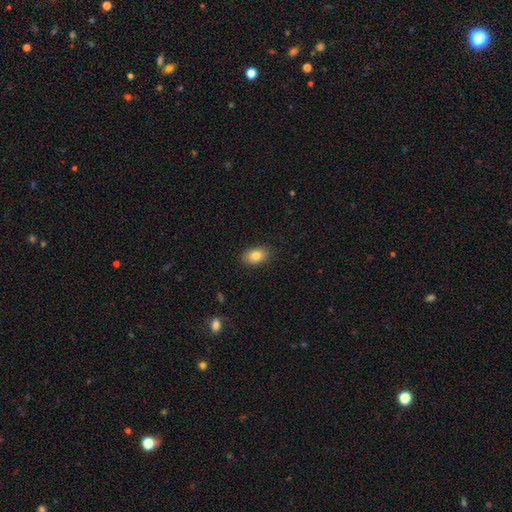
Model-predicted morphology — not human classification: A smooth galaxy with no disk features (83%) that is in between round and cigar-shaped (87%). Merging: none (87%).